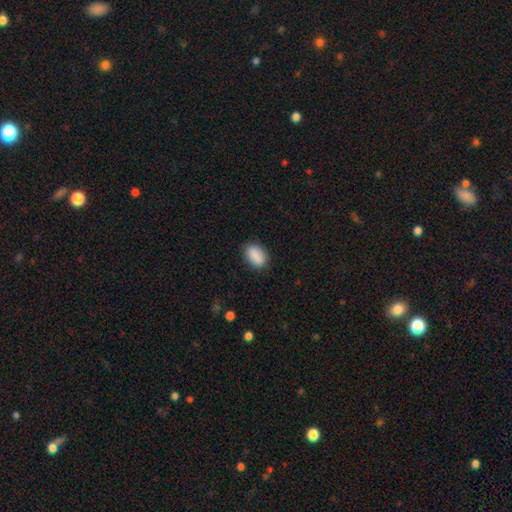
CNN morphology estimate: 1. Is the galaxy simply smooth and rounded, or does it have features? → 88% smooth, 8% star or artifact, 4% featured or disk.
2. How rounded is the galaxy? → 87% in between, 11% round, 2% cigar-shaped.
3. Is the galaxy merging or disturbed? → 84% none, 12% minor disturbance, 3% major disturbance, 1% merger.